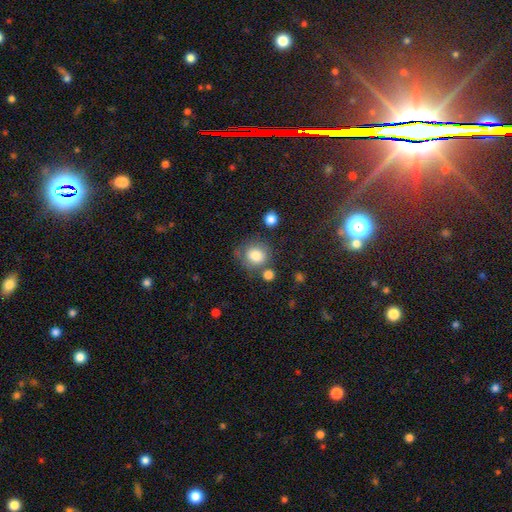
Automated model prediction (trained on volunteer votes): This appears to be a smooth galaxy with no disk features (80%) that is round (81%). Merging: none (63%).